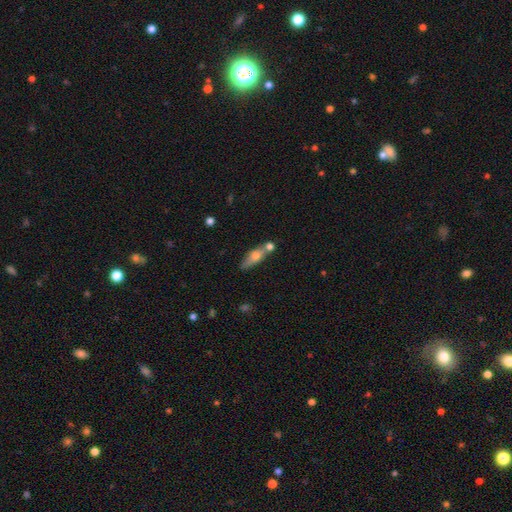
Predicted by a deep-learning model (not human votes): This is likely a smooth galaxy (64%). How rounded: possibly in between (50%). Merging: possibly none (51%).